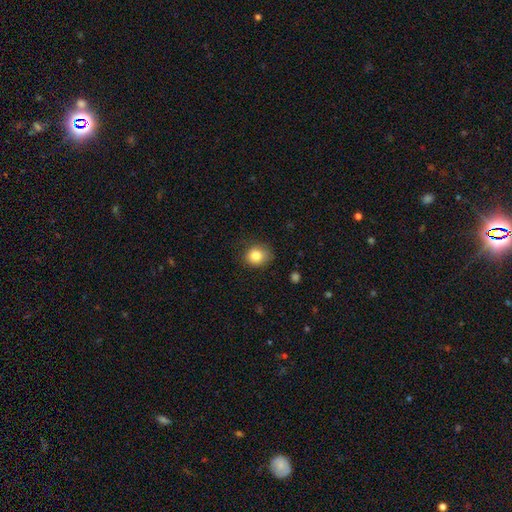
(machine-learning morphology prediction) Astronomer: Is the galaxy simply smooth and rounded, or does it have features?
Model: smooth — 84%.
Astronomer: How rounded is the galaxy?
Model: round — 75%.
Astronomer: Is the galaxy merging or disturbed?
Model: none — 76%.